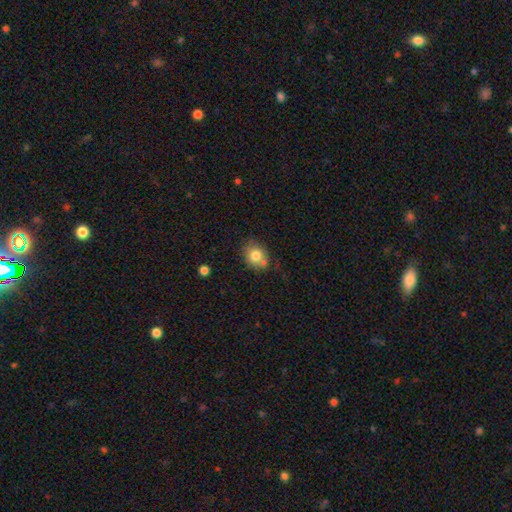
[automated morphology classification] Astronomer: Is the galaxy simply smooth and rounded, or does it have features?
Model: smooth — 79%.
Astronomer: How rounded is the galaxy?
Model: round — 63%.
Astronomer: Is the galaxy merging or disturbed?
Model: none — 66%.